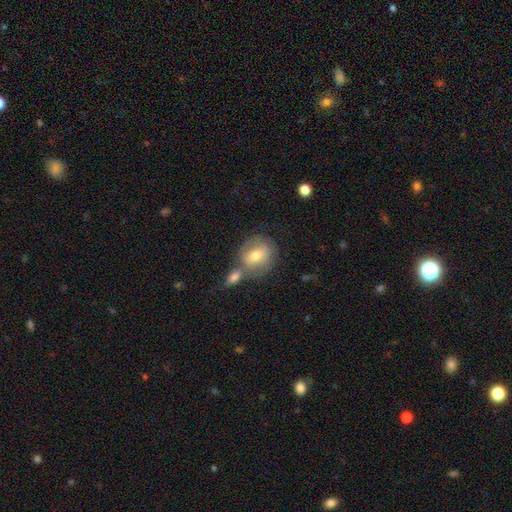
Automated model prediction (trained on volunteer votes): Smooth or featured: smooth — 59% (featured or disk — 34%)
How rounded: round — 73% (in between — 26%)
Merging: none — 42% (merger — 39%)